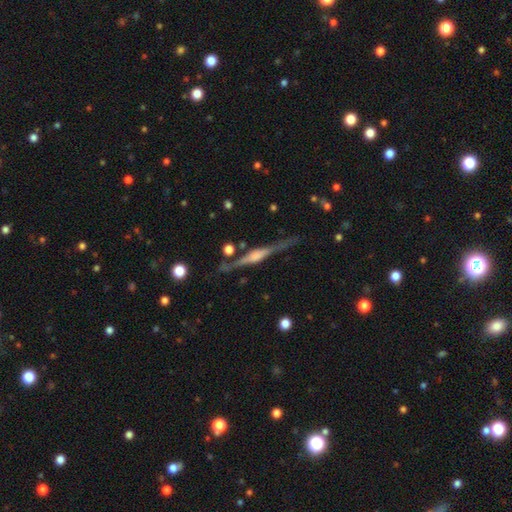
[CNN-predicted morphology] A featured or disk galaxy (84%) viewed edge-on (98%) with a rounded central bulge (72%). Merging: none (83%).